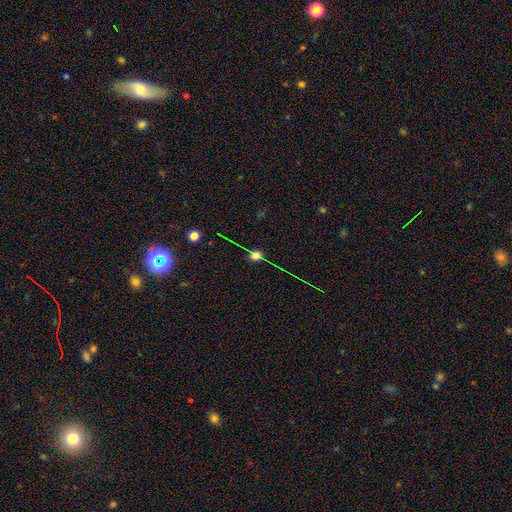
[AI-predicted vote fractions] smooth_or_featured: smooth (p=0.36) [alt: star or artifact p=0.33]
merging: none (p=0.82) [alt: minor disturbance p=0.11]